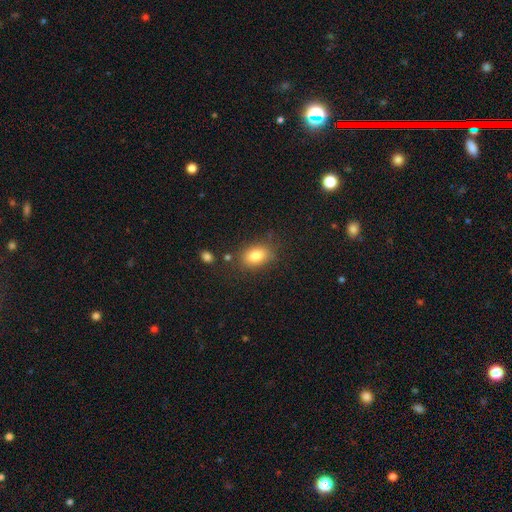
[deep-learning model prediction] Smooth or featured? smooth (81%)
How rounded? in between (79%)
Merging? none (79%)